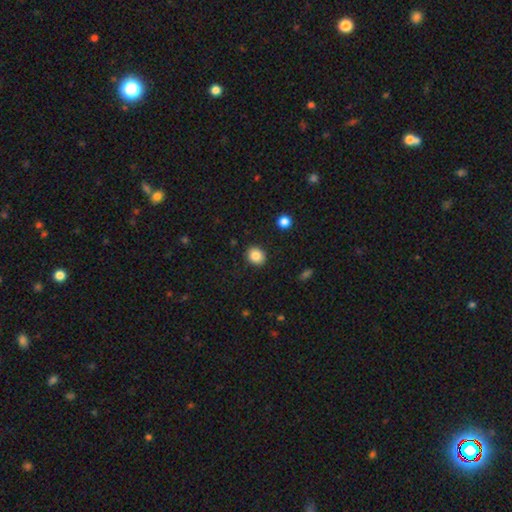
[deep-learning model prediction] Q: Smooth or featured?
A: smooth (85%); runner-up: star or artifact (9%)
Q: How rounded?
A: round (62%); runner-up: in between (37%)
Q: Merging?
A: none (89%); runner-up: minor disturbance (7%)